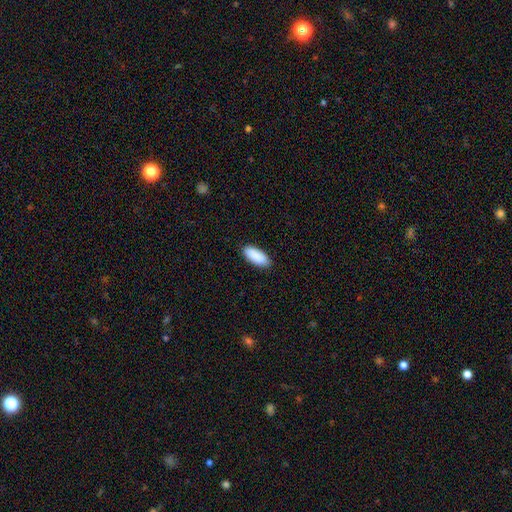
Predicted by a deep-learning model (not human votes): The model was most divided on "how rounded": in between: 85%, cigar-shaped: 13%, round: 2%. More confident: smooth or featured — smooth (91%); merging — none (89%).